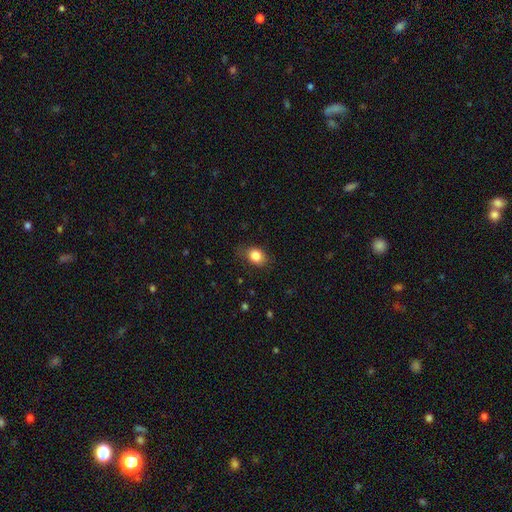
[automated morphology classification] Overall: smooth (83%). How rounded: in between (64%; round 35%). Merging: none (76%).